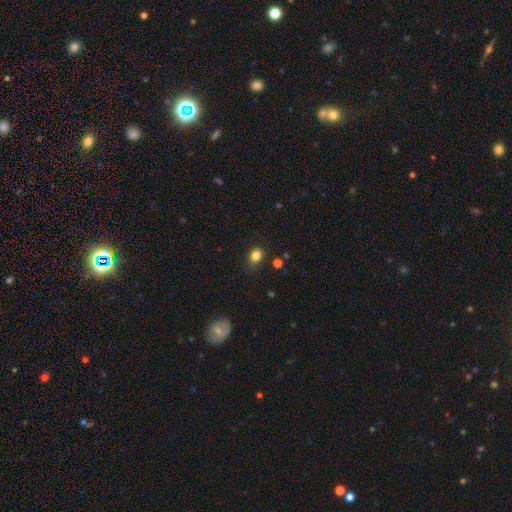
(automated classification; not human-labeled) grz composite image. It shows a smooth galaxy with no disk features (83%) that is in between round and cigar-shaped (54%). Merging: none (81%).